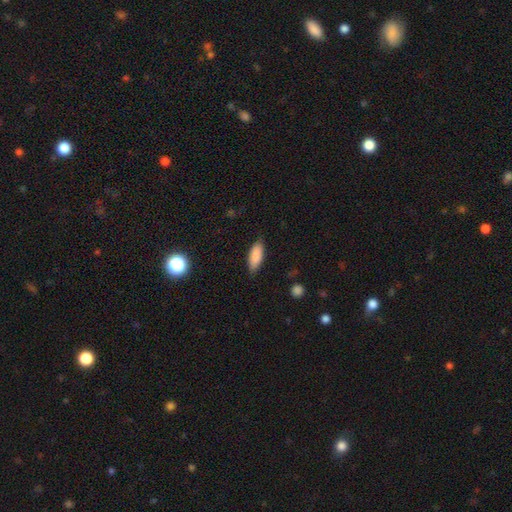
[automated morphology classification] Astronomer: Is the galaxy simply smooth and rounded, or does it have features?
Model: smooth — 87%.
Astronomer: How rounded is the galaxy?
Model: in between — 75%.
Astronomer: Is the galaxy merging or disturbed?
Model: none — 82%.